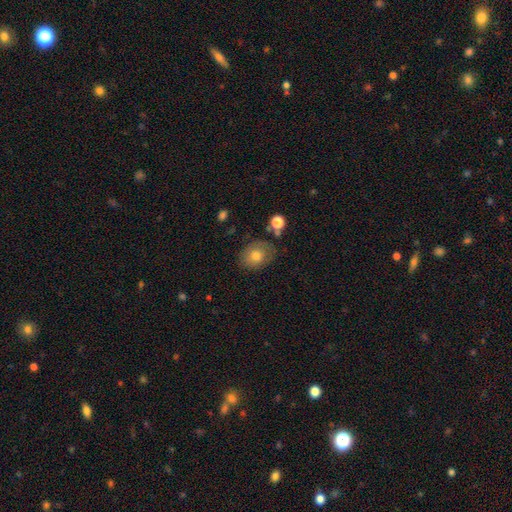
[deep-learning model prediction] Morphology: type=smooth (68%); roundness=in between (66%); merging=none (68%).